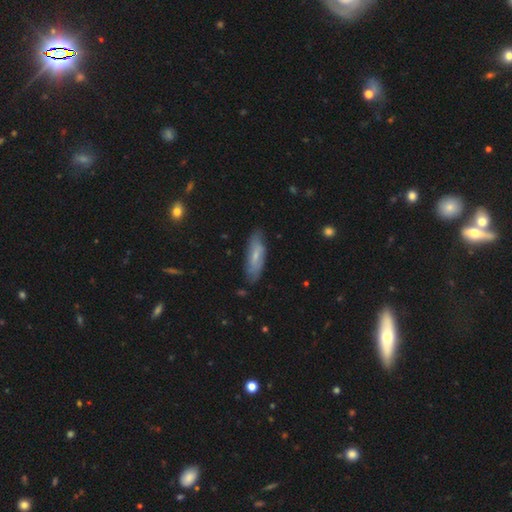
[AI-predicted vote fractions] The model was most divided on "how rounded": in between: 51%, cigar-shaped: 47%, round: 2%. More confident: merging — none (79%); smooth or featured — smooth (56%).